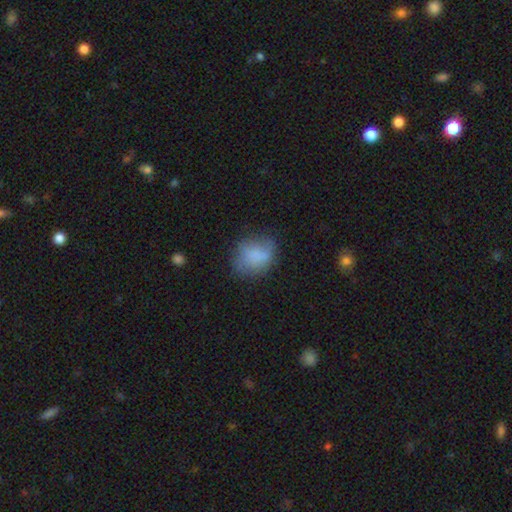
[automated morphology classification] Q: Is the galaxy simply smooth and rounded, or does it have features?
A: smooth — 75%.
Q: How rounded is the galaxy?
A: in between — 53%.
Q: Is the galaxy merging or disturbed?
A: none — 55%.